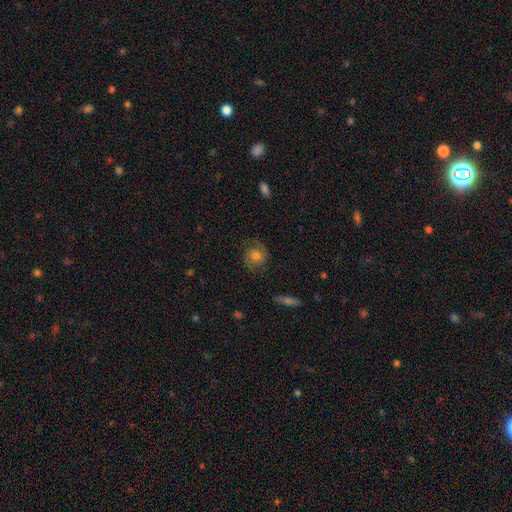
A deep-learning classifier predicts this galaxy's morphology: type=featured or disk (67%); edge-on=no (97%); bar=no (72%); spiral arms=yes (93%); winding=medium (44%); arm count=2 (82%); bulge=moderate (63%); merging=none (76%).